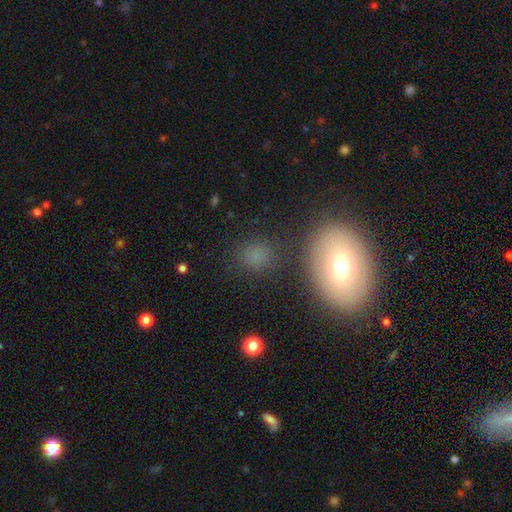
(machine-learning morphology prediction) This appears to be a smooth galaxy with no disk features (75%) that is round (61%). Merging: none (80%).